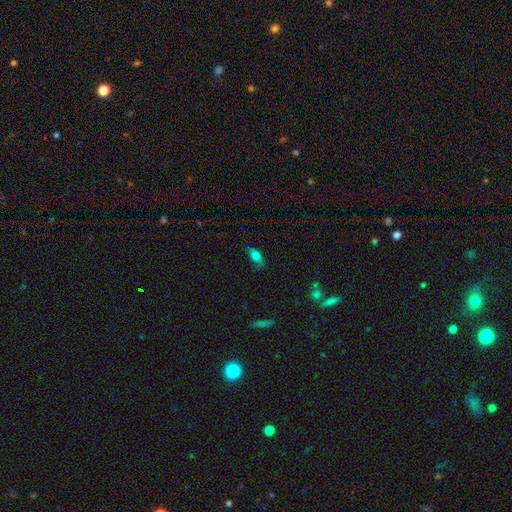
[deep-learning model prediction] smooth_or_featured: smooth (p=0.72) [alt: featured or disk p=0.18]
how_rounded: in between (p=0.78) [alt: cigar-shaped p=0.15]
merging: none (p=0.72) [alt: minor disturbance p=0.21]